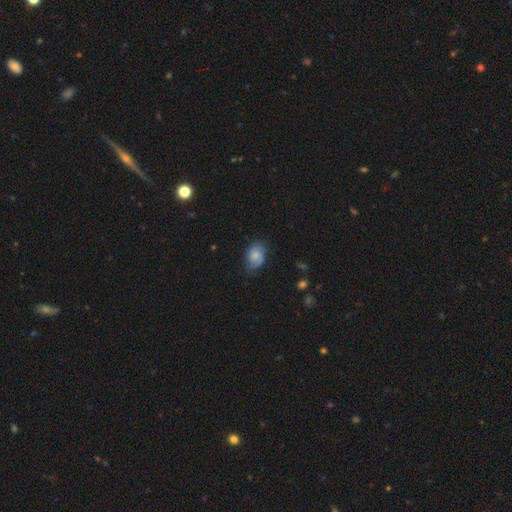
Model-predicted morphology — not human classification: The model was most divided on "merging": none: 62%, minor disturbance: 29%, major disturbance: 8%, merger: 1%. More confident: how rounded — in between (78%); smooth or featured — smooth (63%).